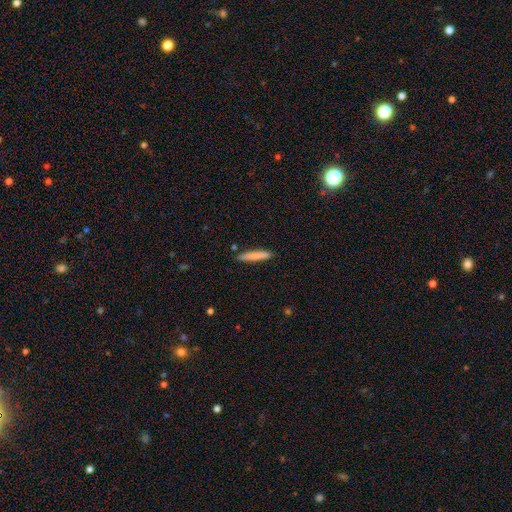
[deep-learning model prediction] A smooth galaxy with no disk features (79%) that is cigar-shaped (92%). Merging: none (87%).